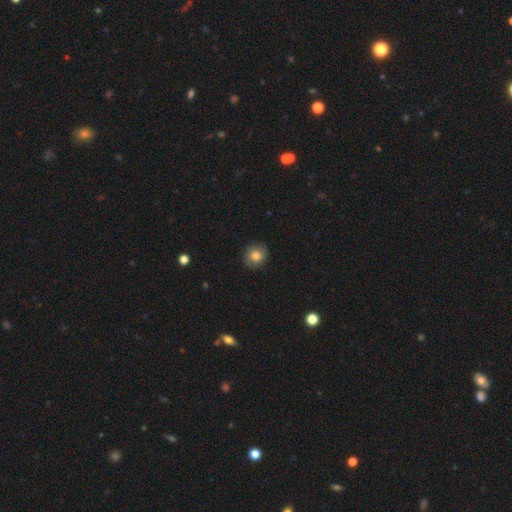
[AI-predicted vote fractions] This appears to be a smooth galaxy with no disk features (75%) that is round (84%). Merging: none (86%).